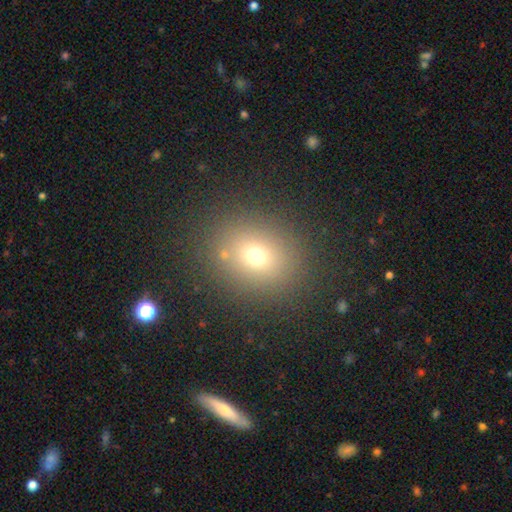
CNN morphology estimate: Q: Smooth or featured?
A: smooth (69%); runner-up: star or artifact (19%)
Q: How rounded?
A: round (65%); runner-up: in between (34%)
Q: Merging?
A: none (85%); runner-up: minor disturbance (8%)